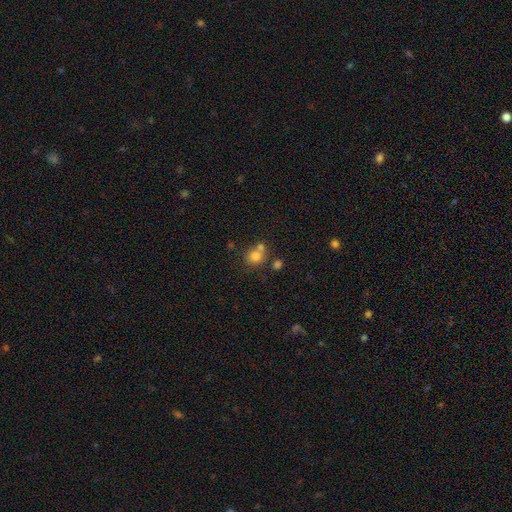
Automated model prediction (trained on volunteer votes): Q: Smooth or featured?
A: smooth (77%); runner-up: star or artifact (13%)
Q: How rounded?
A: round (81%); runner-up: in between (18%)
Q: Merging?
A: none (53%); runner-up: merger (33%)